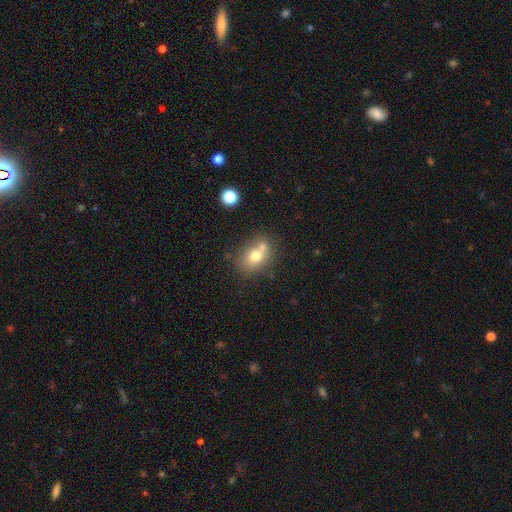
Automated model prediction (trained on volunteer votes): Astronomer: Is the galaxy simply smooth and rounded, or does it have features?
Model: smooth — 71%.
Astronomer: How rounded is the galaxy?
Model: in between — 58% (runner-up: round, 41%).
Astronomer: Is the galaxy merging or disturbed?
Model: none — 48% (runner-up: merger, 33%).